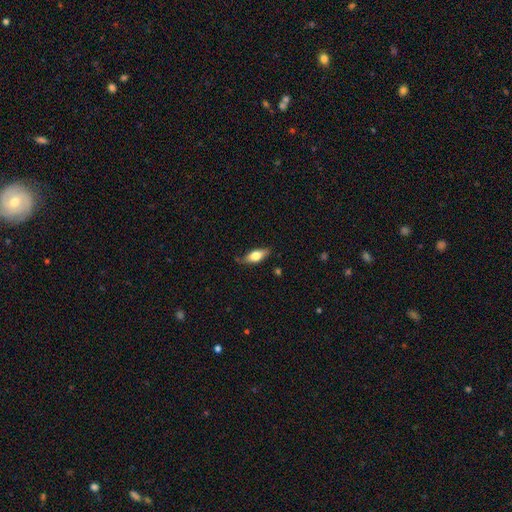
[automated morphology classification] type=smooth (66%); roundness=in between (77%); merging=none (76%).